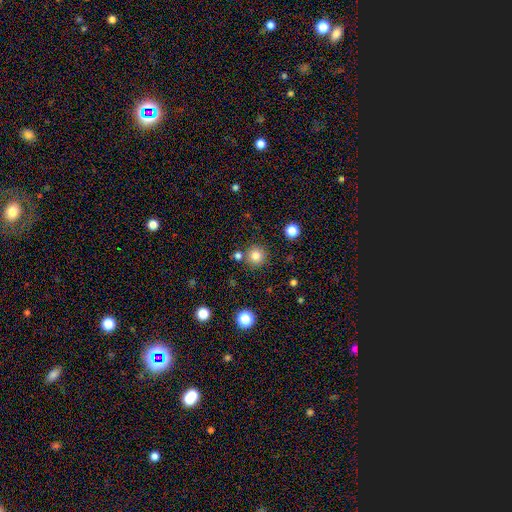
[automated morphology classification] smooth-or-featured: smooth: 82% | star or artifact: 12% | featured or disk: 6%
  how-rounded: round: 95% | in between: 4% | cigar-shaped: 1%
  merging: none: 83% | minor disturbance: 7% | merger: 7% | major disturbance: 3%